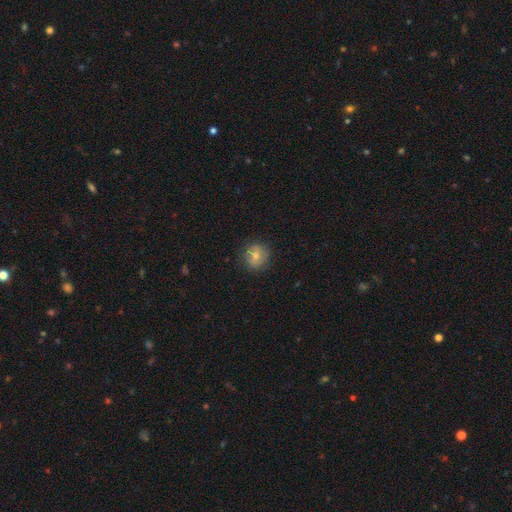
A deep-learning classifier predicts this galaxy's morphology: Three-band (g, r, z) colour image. It shows a smooth galaxy with no disk features (70%) that is round (86%). Merging: none (84%).